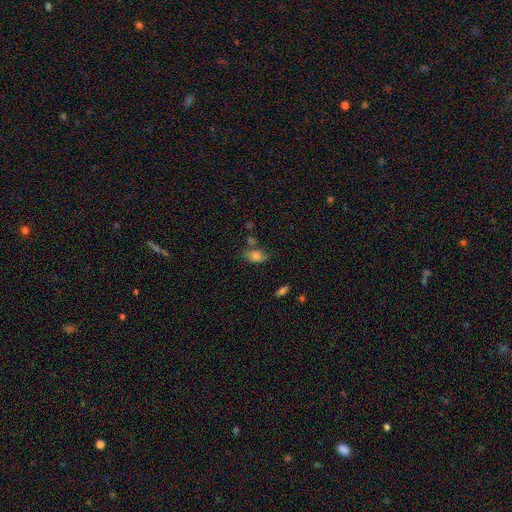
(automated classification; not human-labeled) The model was most divided on "merging": none: 56%, minor disturbance: 24%, merger: 12%, major disturbance: 7%. More confident: how rounded — in between (87%); smooth or featured — smooth (79%).